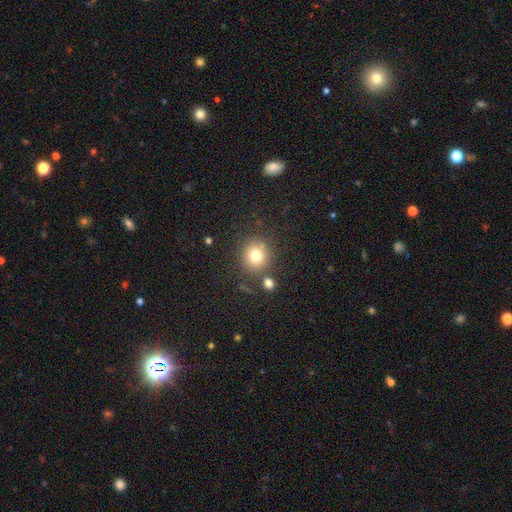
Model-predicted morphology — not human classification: Smooth or featured?
  - smooth: 75% *
  - star or artifact: 15%
  - featured or disk: 10%
How rounded?
  - round: 91% *
  - in between: 8%
  - cigar-shaped: 1%
Merging?
  - none: 79% *
  - minor disturbance: 9%
  - merger: 9%
  - major disturbance: 4%